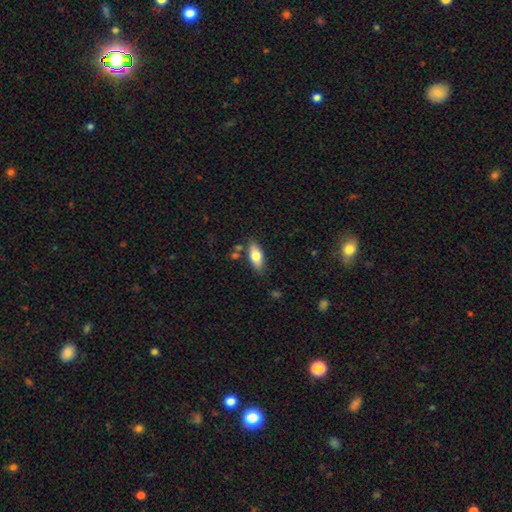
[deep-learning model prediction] Smooth or featured? smooth (76%)
How rounded? in between (82%)
Merging? none (79%)